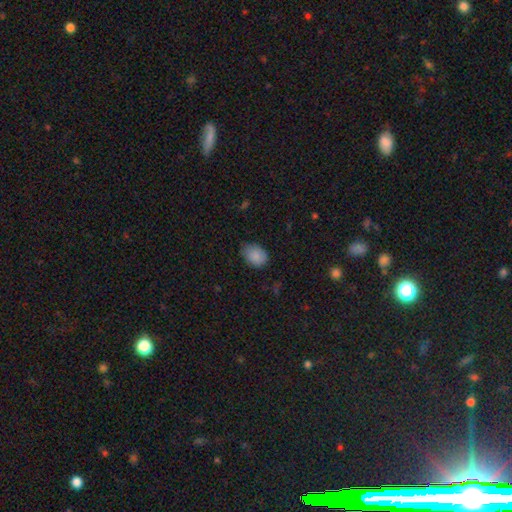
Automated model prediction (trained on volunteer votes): Smooth or featured? smooth (87%)
How rounded? in between (73%)
Merging? none (65%)